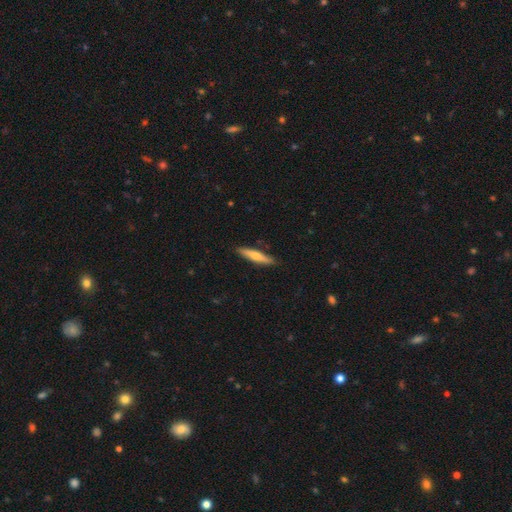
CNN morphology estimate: smooth_or_featured: smooth (p=0.58) [alt: featured or disk p=0.36]
how_rounded: cigar-shaped (p=0.86) [alt: in between p=0.13]
merging: none (p=0.87) [alt: minor disturbance p=0.10]